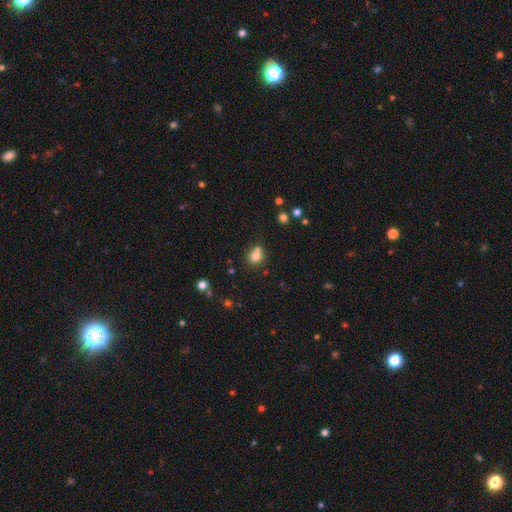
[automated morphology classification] Q: Smooth or featured?
A: smooth (77%); runner-up: star or artifact (13%)
Q: How rounded?
A: round (78%); runner-up: in between (22%)
Q: Merging?
A: none (49%); runner-up: merger (36%)